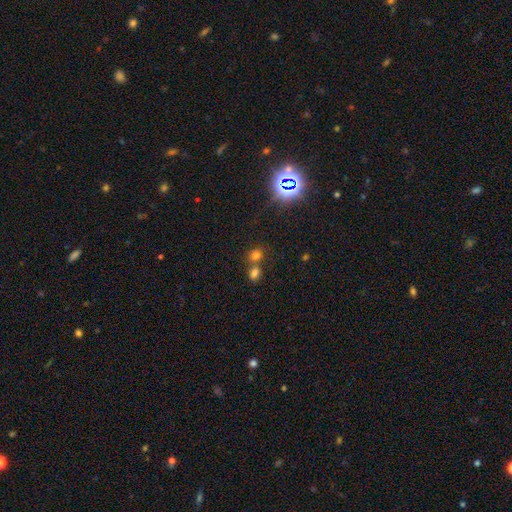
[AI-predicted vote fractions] This appears to be a smooth galaxy with no disk features (65%) that is round (67%). Merging: none (51%).